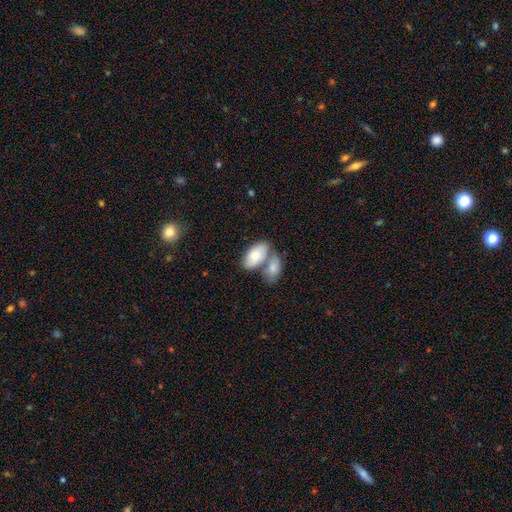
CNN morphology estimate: This appears to be a smooth galaxy with no disk features (75%) that is in between round and cigar-shaped (94%). Merging: merger (54%).